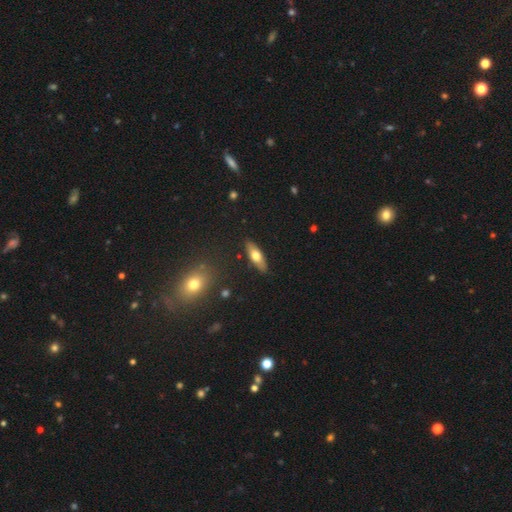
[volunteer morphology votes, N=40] Overall: smooth (75%). How rounded: in between (60%; cigar-shaped 37%). Merging: none (95%).